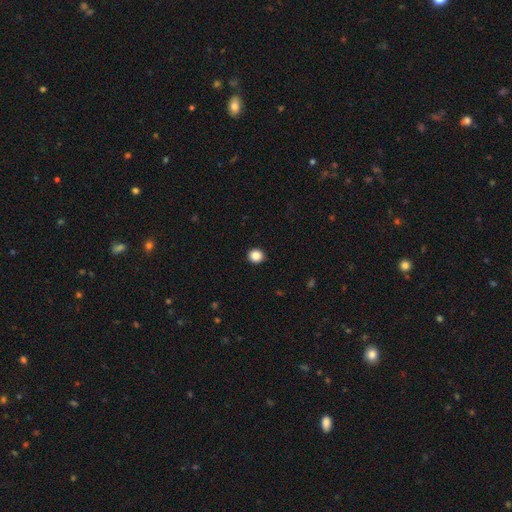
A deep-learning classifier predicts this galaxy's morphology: Smooth or featured: smooth — 87% (star or artifact — 10%)
How rounded: round — 89% (in between — 10%)
Merging: none — 92% (minor disturbance — 5%)